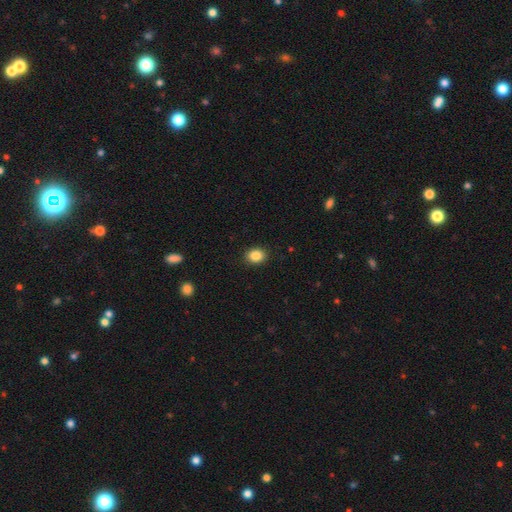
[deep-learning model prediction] smooth_or_featured: smooth (p=0.86) [alt: star or artifact p=0.09]
how_rounded: in between (p=0.51) [alt: round p=0.49]
merging: none (p=0.90) [alt: minor disturbance p=0.07]